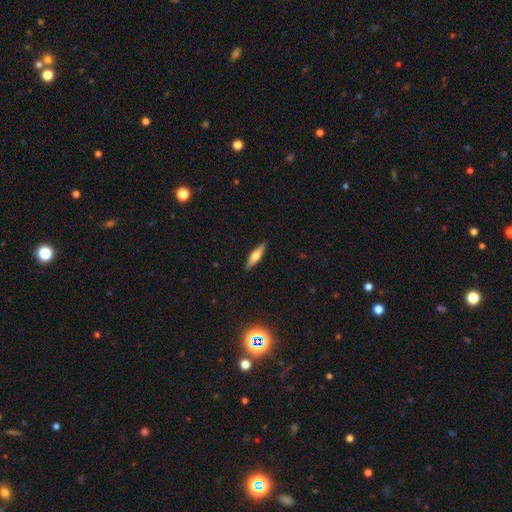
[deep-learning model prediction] This is possibly a smooth galaxy (55%). How rounded: likely cigar-shaped (72%). Merging: clearly none (90%).